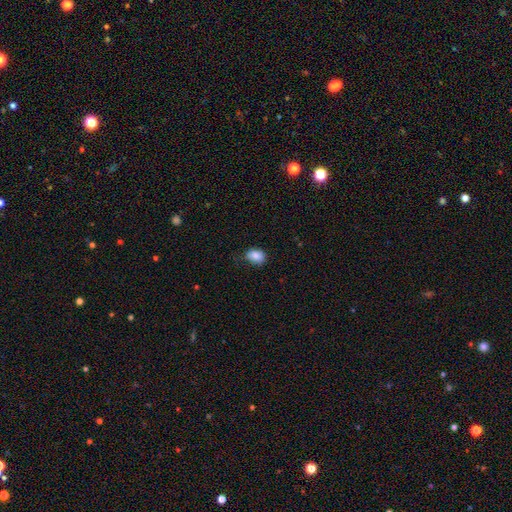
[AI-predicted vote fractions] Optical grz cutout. It shows a smooth galaxy with no disk features (86%) that is in between round and cigar-shaped (69%). Merging: none (70%).